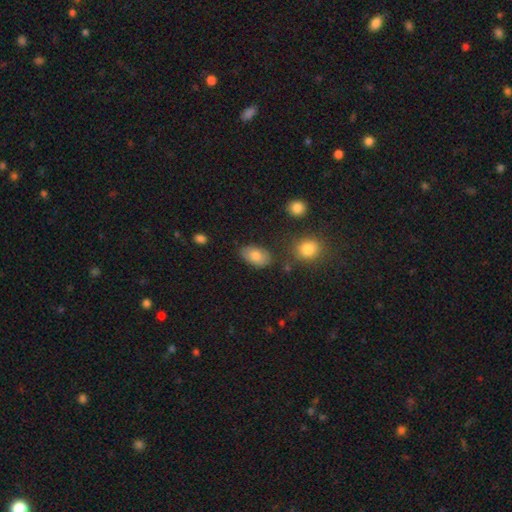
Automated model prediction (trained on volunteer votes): Smooth or featured? Predicted: smooth (p=0.80). How rounded? Predicted: in between (p=0.90). Merging? Predicted: none (p=0.76).